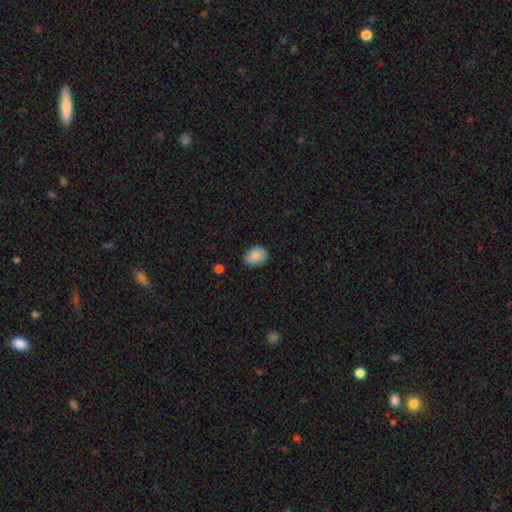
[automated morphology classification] Q: Smooth or featured?
A: smooth (86%); runner-up: star or artifact (7%)
Q: How rounded?
A: in between (70%); runner-up: round (29%)
Q: Merging?
A: none (82%); runner-up: minor disturbance (15%)